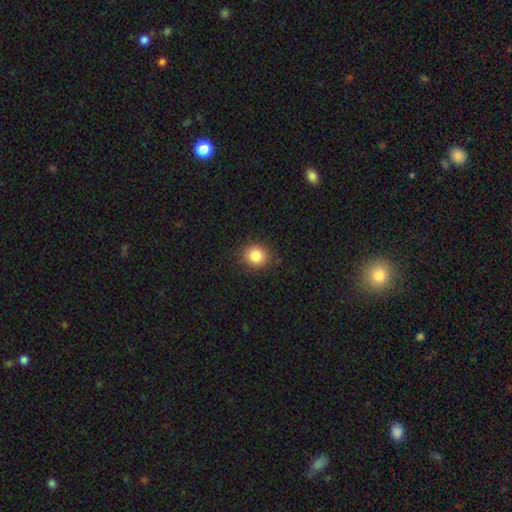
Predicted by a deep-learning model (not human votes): smooth_or_featured: smooth (p=0.84) [alt: star or artifact p=0.10]
how_rounded: round (p=0.81) [alt: in between p=0.18]
merging: none (p=0.85) [alt: minor disturbance p=0.12]